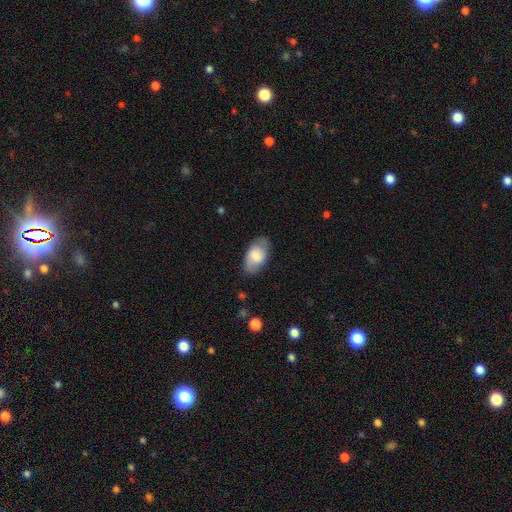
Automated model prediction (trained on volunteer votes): Morphology: type=smooth (66%); roundness=in between (94%); merging=none (78%).